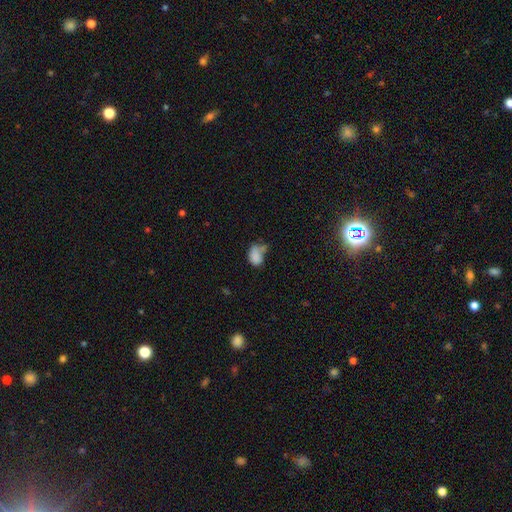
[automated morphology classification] This appears to be a smooth galaxy with no disk features (78%) that is in between round and cigar-shaped (81%). Merging: none (31%).